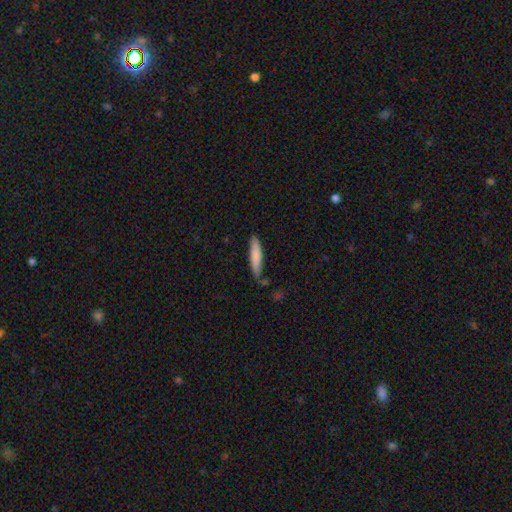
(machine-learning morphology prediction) smooth_or_featured: smooth (p=0.80) [alt: featured or disk p=0.15]
how_rounded: cigar-shaped (p=0.85) [alt: in between p=0.13]
merging: none (p=0.73) [alt: minor disturbance p=0.19]